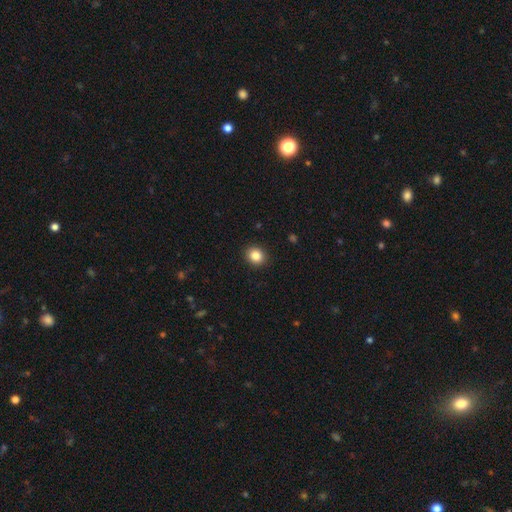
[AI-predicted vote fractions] Smooth or featured?
  - smooth: 85% *
  - star or artifact: 10%
  - featured or disk: 5%
How rounded?
  - round: 76% *
  - in between: 23%
  - cigar-shaped: 1%
Merging?
  - none: 92% *
  - minor disturbance: 6%
  - major disturbance: 2%
  - merger: 1%